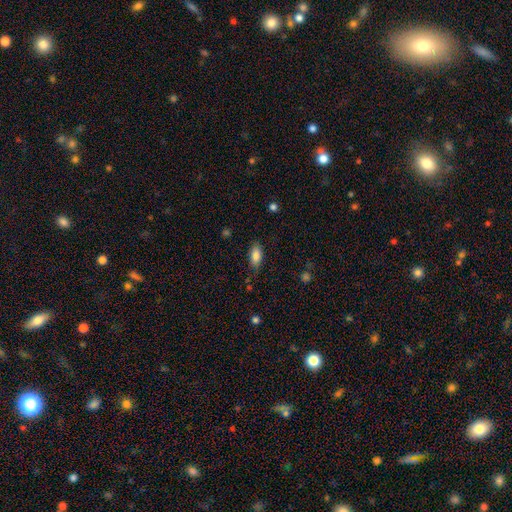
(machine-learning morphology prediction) The model was most divided on "merging": none: 79%, minor disturbance: 16%, major disturbance: 4%, merger: 1%. More confident: how rounded — in between (88%); smooth or featured — smooth (85%).